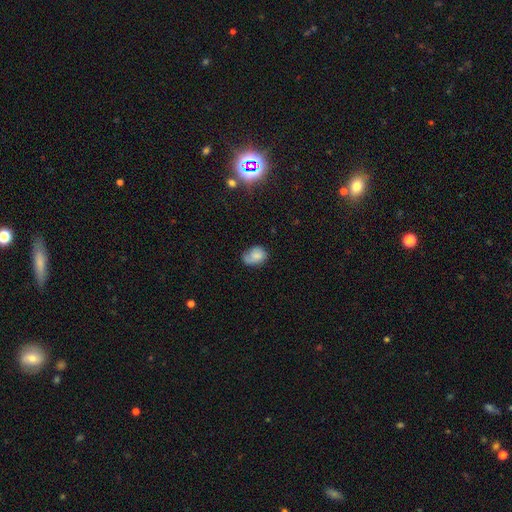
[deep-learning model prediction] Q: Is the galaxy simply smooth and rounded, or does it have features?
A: smooth — 72%.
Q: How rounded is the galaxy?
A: in between — 73%.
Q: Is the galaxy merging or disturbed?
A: none — 48%.